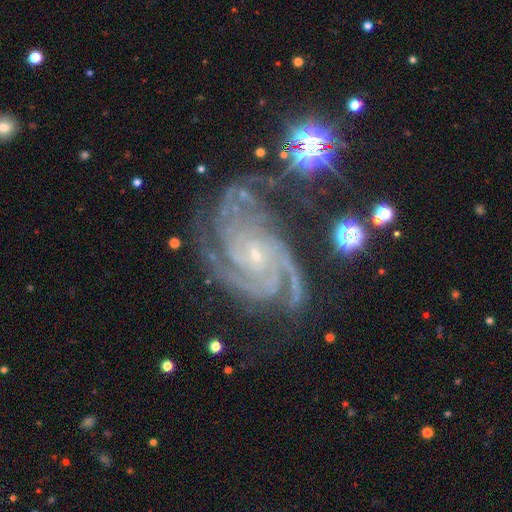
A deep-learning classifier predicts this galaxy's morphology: featured or disk 91%, star or artifact 6%, smooth 3%. Down the decision tree: edge-on disk — no (98%); bar — no (63%); spiral arms — yes (99%); spiral arm count — 4 (32%); spiral winding — tight (69%); bulge size — small (84%); merging — none (66%).